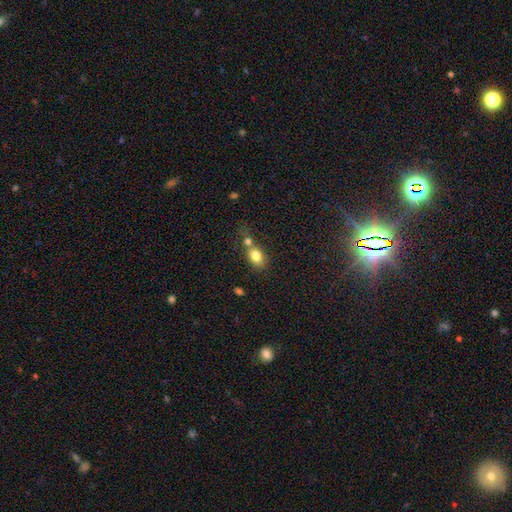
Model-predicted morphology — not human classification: Smooth or featured? smooth (80%)
How rounded? in between (72%)
Merging? merger (43%)